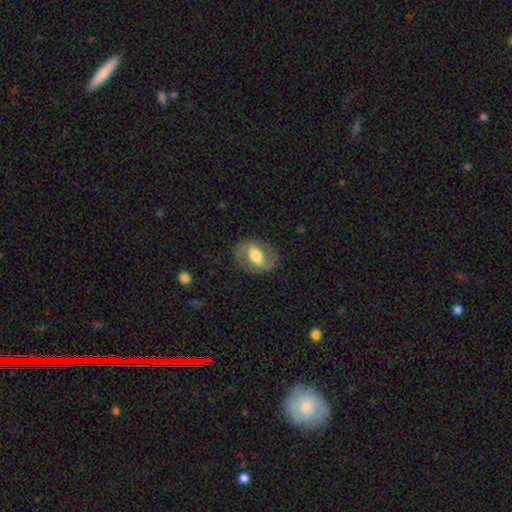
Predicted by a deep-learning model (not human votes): A featured or disk galaxy (57%) with a weak bar (42%), spiral arms (70%) and a moderate central bulge (60%). Merging: none (78%).